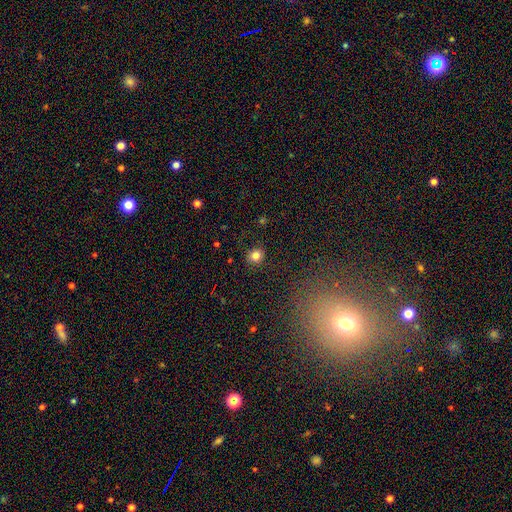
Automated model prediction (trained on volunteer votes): Smooth or featured? smooth (82%)
How rounded? round (79%)
Merging? none (87%)